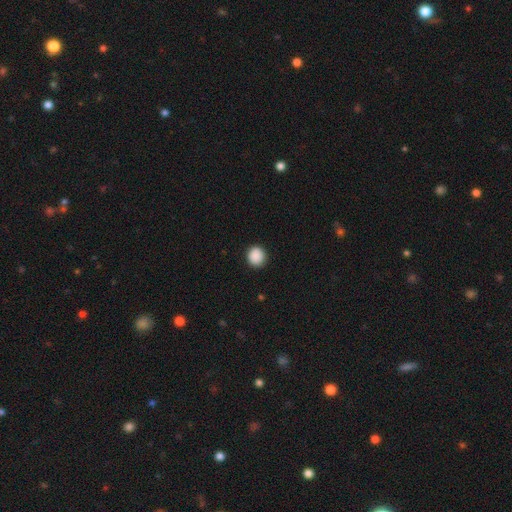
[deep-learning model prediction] This appears to be a smooth galaxy with no disk features (90%) that is round (90%). Merging: none (91%).